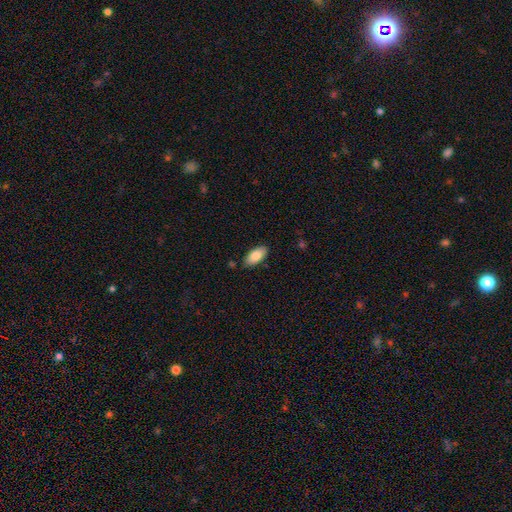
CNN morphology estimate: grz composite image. It shows a smooth galaxy with no disk features (84%) that is in between round and cigar-shaped (93%). Merging: none (84%).